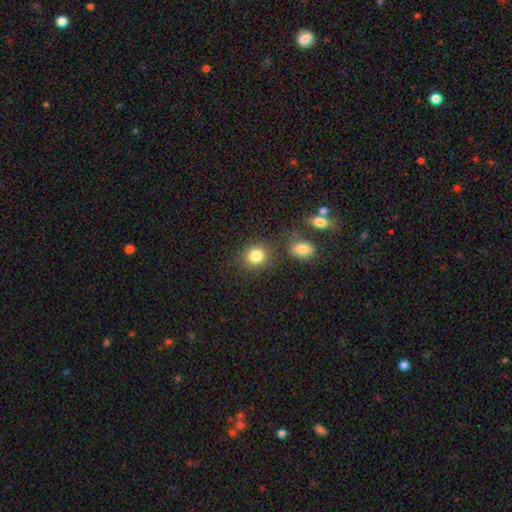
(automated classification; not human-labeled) A smooth galaxy with no disk features (84%) that is round (75%).

Vote fractions:
- Smooth or featured? smooth: 84% / star or artifact: 11% / featured or disk: 6%
- How rounded? round: 75% / in between: 24% / cigar-shaped: 1%
- Merging? none: 74% / minor disturbance: 11% / merger: 11% / major disturbance: 4%